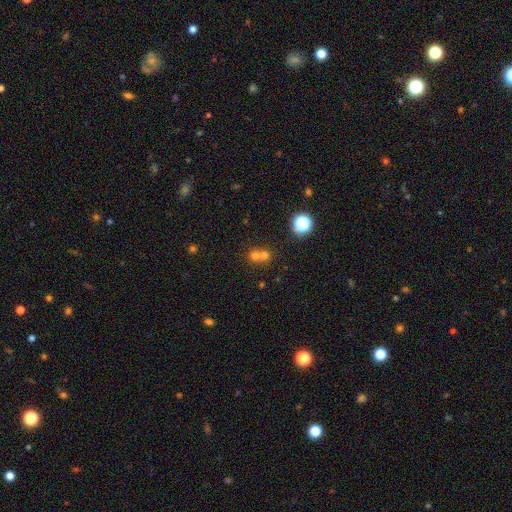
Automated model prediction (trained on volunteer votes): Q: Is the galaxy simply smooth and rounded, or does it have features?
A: smooth — 66%.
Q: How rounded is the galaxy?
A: round — 83%.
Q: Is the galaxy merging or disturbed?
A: merger — 58%.